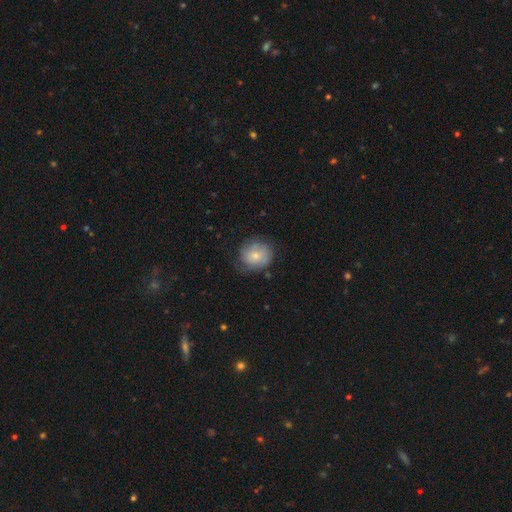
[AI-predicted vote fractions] Q: Smooth or featured?
A: smooth (63%); runner-up: featured or disk (30%)
Q: How rounded?
A: round (76%); runner-up: in between (23%)
Q: Merging?
A: none (64%); runner-up: minor disturbance (25%)